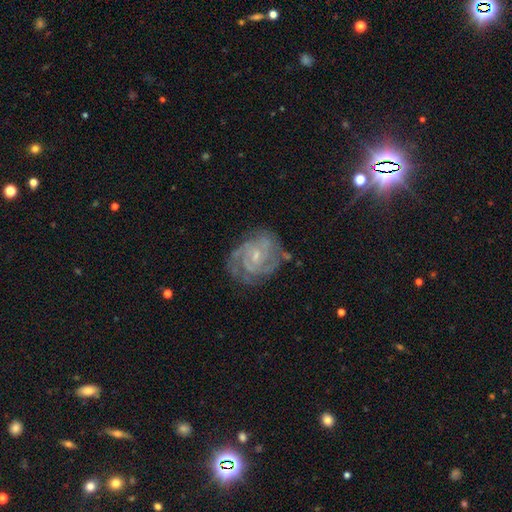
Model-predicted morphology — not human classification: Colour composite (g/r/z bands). It shows a featured or disk galaxy (87%) with a weak bar (46%), 2 (30%) tight (64%) spiral arms (97%) and a small central bulge (70%). Merging: none (72%).